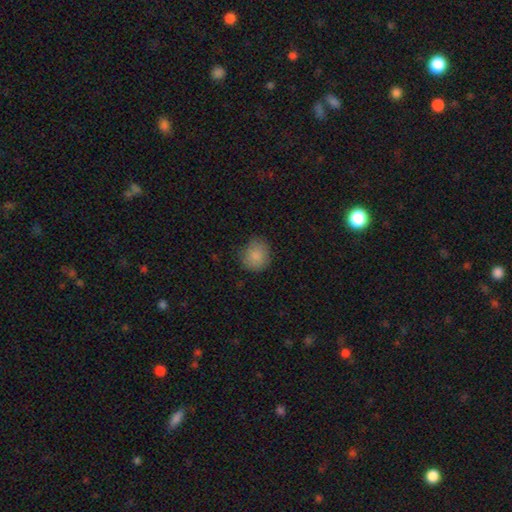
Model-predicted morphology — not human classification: smooth_or_featured: smooth (p=0.86) [alt: star or artifact p=0.08]
how_rounded: round (p=0.79) [alt: in between p=0.20]
merging: none (p=0.77) [alt: minor disturbance p=0.18]